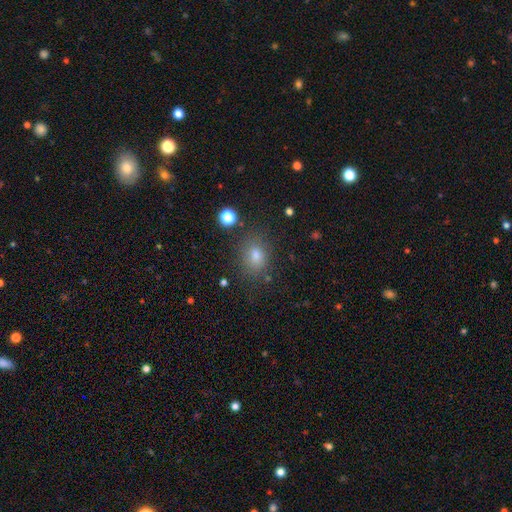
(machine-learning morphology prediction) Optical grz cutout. It shows a smooth galaxy with no disk features (75%) that is in between round and cigar-shaped (53%). Merging: none (81%).